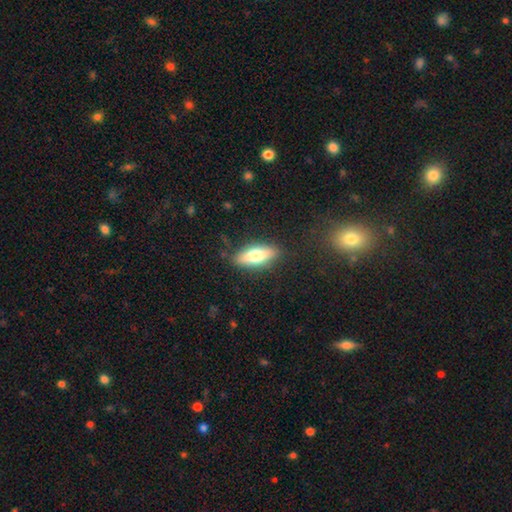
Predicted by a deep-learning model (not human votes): smooth_or_featured: smooth (p=0.67) [alt: featured or disk p=0.26]
how_rounded: in between (p=0.67) [alt: cigar-shaped p=0.30]
merging: none (p=0.84) [alt: minor disturbance p=0.11]